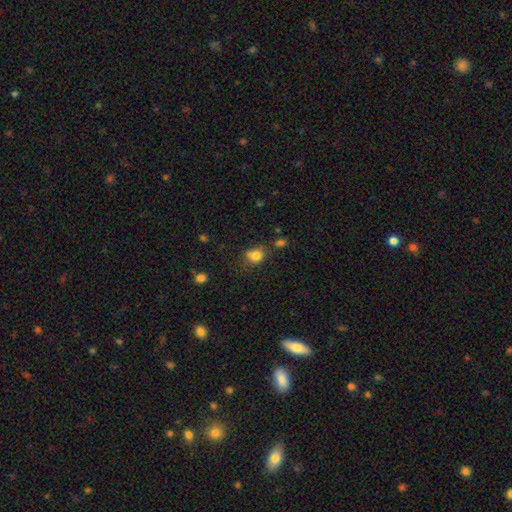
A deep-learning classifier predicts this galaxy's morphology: Smooth or featured? Predicted: smooth (p=0.80). How rounded? Predicted: round (p=0.62). Merging? Predicted: none (p=0.58).